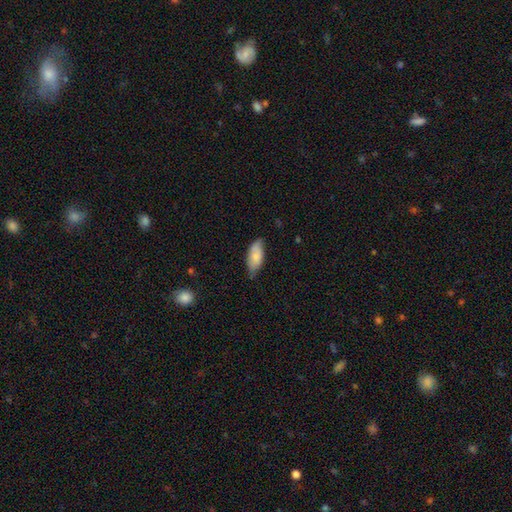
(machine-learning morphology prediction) This appears to be a smooth galaxy with no disk features (80%) that is in between round and cigar-shaped (88%). Merging: none (64%).